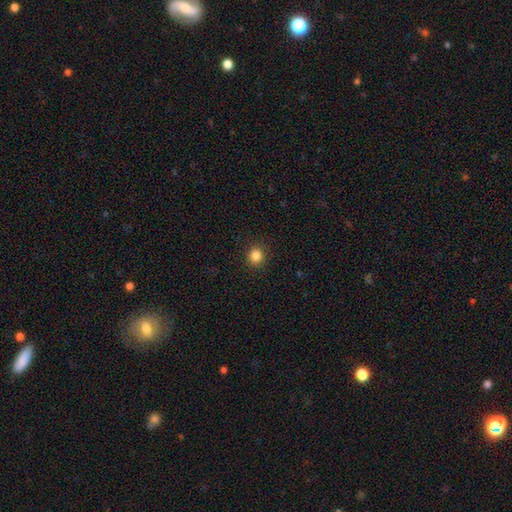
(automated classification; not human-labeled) Smooth or featured? Predicted: smooth (p=0.84). How rounded? Predicted: round (p=0.88). Merging? Predicted: none (p=0.91).